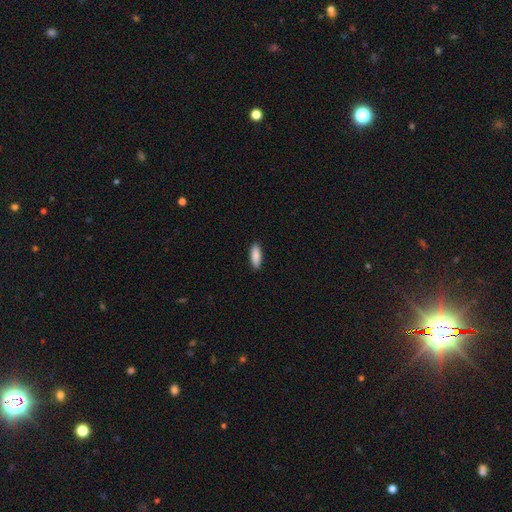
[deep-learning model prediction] The model was most divided on "how rounded": in between: 64%, cigar-shaped: 34%, round: 2%. More confident: merging — none (90%); smooth or featured — smooth (89%).